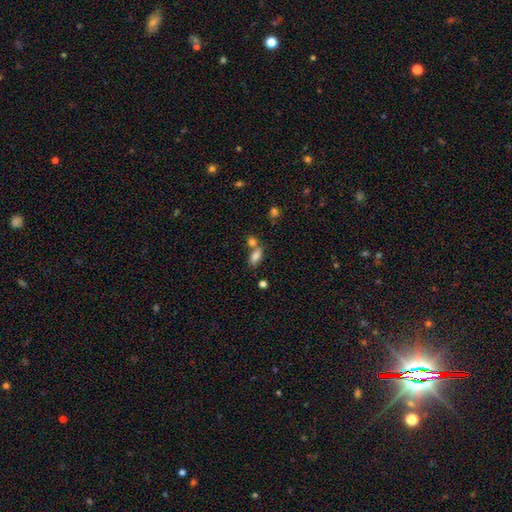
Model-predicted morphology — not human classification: This appears to be a smooth galaxy with no disk features (83%) that is in between round and cigar-shaped (87%). Merging: none (48%).